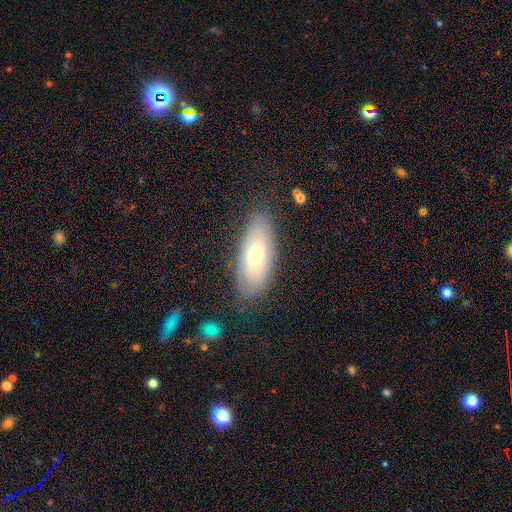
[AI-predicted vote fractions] Overall: smooth (46%, tied with featured or disk). Merging: none (78%).